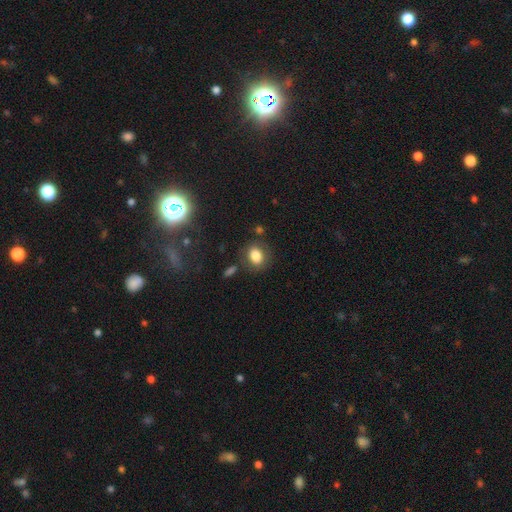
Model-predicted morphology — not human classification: A smooth galaxy with no disk features (82%) that is in between round and cigar-shaped (54%).

Vote fractions:
- Smooth or featured? smooth: 82% / star or artifact: 10% / featured or disk: 8%
- How rounded? in between: 54% / round: 45% / cigar-shaped: 1%
- Merging? none: 76% / minor disturbance: 14% / major disturbance: 5% / merger: 5%